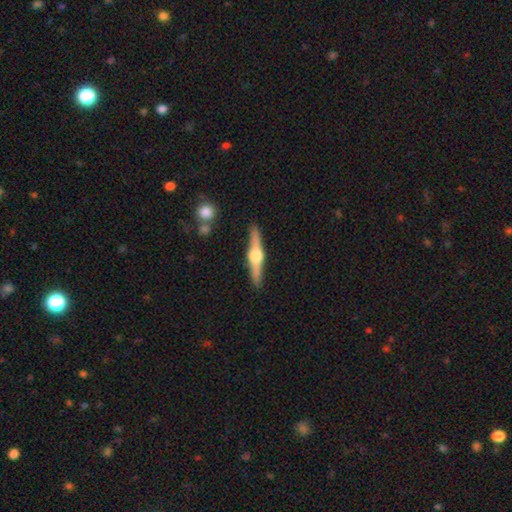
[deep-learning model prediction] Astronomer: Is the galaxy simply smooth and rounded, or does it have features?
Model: featured or disk — 79%.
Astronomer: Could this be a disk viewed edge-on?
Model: yes — 98%.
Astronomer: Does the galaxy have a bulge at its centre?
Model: rounded — 95%.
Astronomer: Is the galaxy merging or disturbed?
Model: none — 89%.